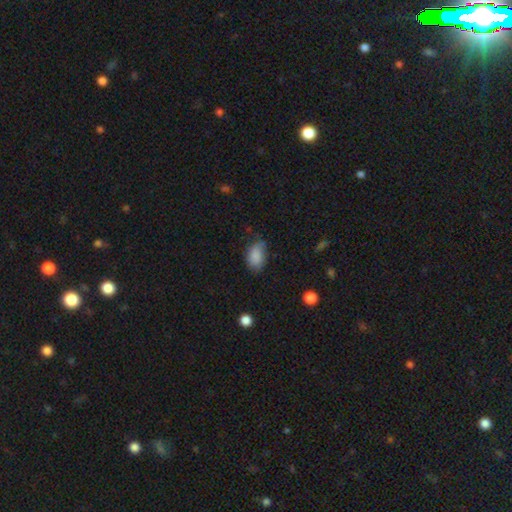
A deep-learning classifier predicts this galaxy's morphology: This is clearly a smooth galaxy (85%). How rounded: clearly in between (89%). Merging: possibly none (58%).